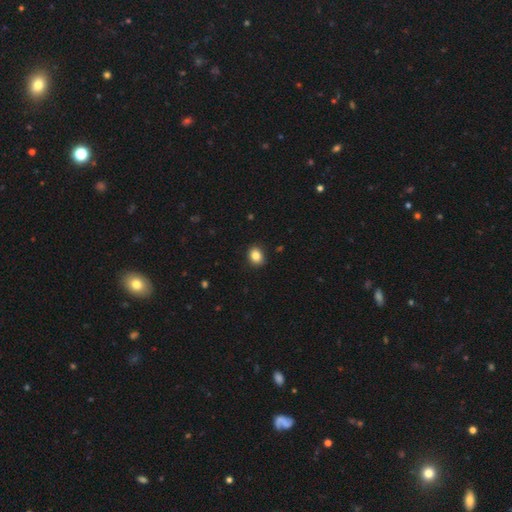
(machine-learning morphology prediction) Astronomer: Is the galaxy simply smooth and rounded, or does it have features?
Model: smooth — 84%.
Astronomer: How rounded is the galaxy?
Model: round — 53% (runner-up: in between, 46%).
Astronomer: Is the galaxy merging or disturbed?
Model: none — 90%.